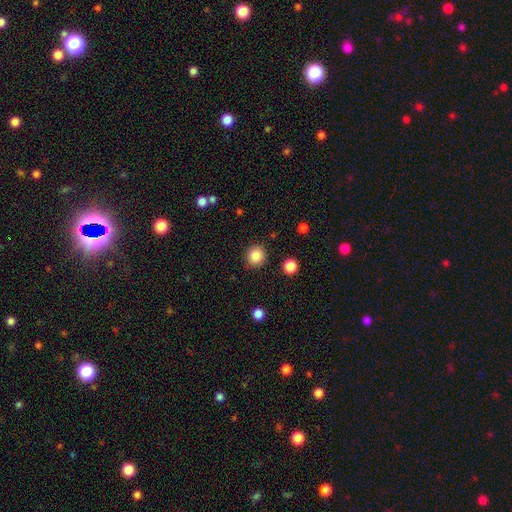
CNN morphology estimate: Overall: smooth (86%). How rounded: round (90%). Merging: none (89%).